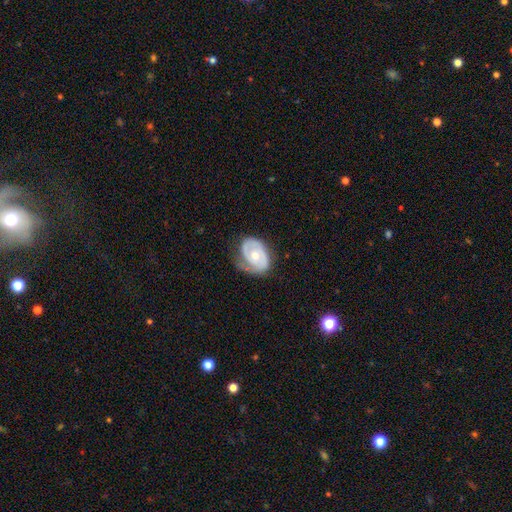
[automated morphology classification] Q: Smooth or featured?
A: featured or disk (68%); runner-up: smooth (27%)
Q: Edge-on disk?
A: no (96%); runner-up: yes (4%)
Q: Bar?
A: no (75%); runner-up: weak (21%)
Q: Spiral arms?
A: yes (77%); runner-up: no (23%)
Q: Spiral winding?
A: tight (54%); runner-up: medium (31%)
Q: Spiral arm count?
A: 2 (44%); runner-up: 1 (31%)
Q: Bulge size?
A: moderate (66%); runner-up: small (29%)
Q: Merging?
A: none (53%); runner-up: minor disturbance (31%)